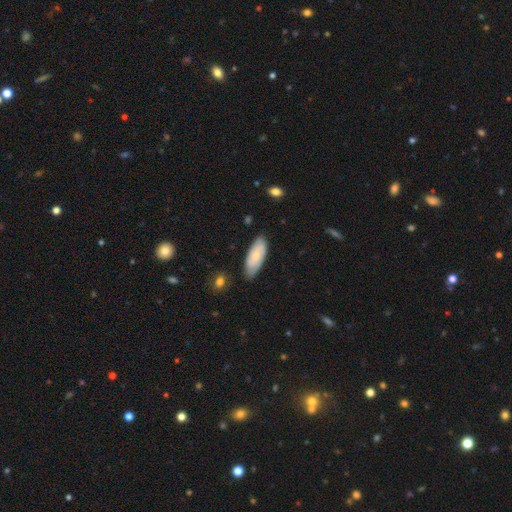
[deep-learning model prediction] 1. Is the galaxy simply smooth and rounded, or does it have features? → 61% smooth, 33% featured or disk, 6% star or artifact.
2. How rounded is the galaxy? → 80% in between, 18% cigar-shaped, 2% round.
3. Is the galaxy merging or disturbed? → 76% none, 19% minor disturbance, 3% major disturbance, 2% merger.